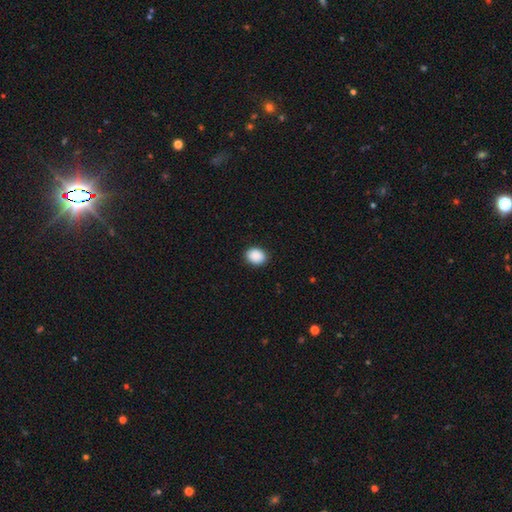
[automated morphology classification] smooth-or-featured: smooth: 90% | star or artifact: 7% | featured or disk: 3%
  how-rounded: in between: 55% | round: 44% | cigar-shaped: 1%
  merging: none: 89% | minor disturbance: 8% | major disturbance: 2% | merger: 1%